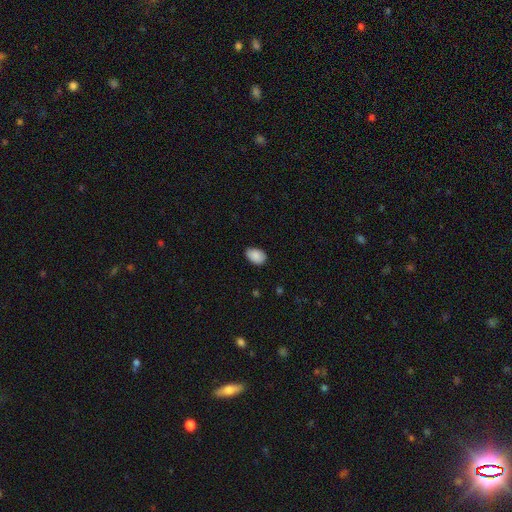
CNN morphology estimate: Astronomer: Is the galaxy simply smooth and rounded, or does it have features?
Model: smooth — 88%.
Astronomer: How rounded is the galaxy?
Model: in between — 86%.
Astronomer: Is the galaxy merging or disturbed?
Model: none — 77%.